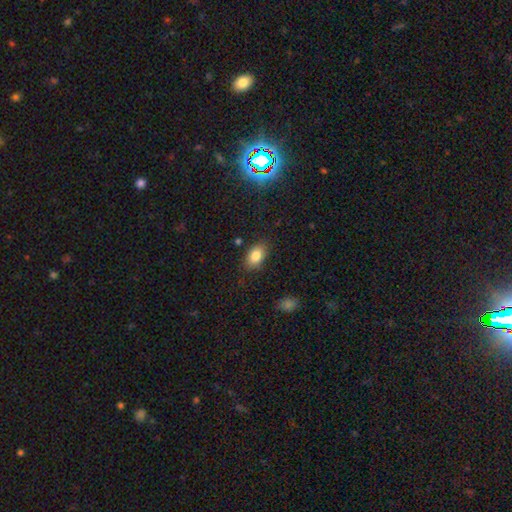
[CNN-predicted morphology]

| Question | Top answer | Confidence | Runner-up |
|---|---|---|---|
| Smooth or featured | smooth | 84% | star or artifact (9%) |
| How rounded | in between | 88% | round (10%) |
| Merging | none | 83% | minor disturbance (12%) |